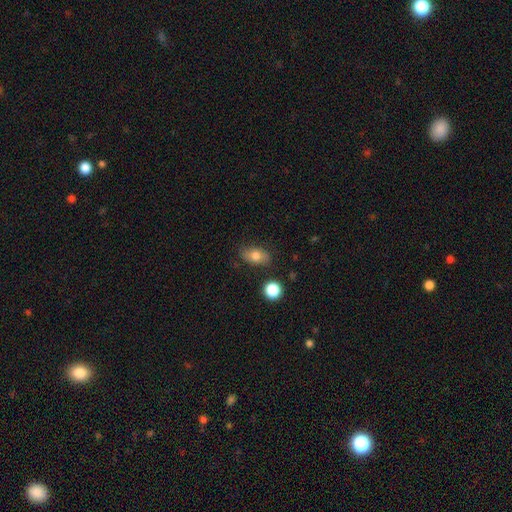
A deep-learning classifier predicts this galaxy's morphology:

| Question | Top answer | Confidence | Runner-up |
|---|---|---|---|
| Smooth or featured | smooth | 76% | featured or disk (15%) |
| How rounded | in between | 83% | round (14%) |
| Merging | none | 79% | minor disturbance (15%) |